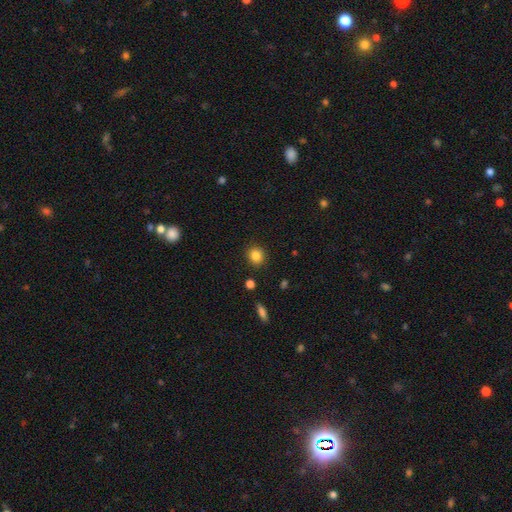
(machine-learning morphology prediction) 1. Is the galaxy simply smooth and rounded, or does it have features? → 85% smooth, 10% star or artifact, 5% featured or disk.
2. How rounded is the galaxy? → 86% round, 13% in between, 1% cigar-shaped.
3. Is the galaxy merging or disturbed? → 89% none, 7% minor disturbance, 2% major disturbance, 2% merger.